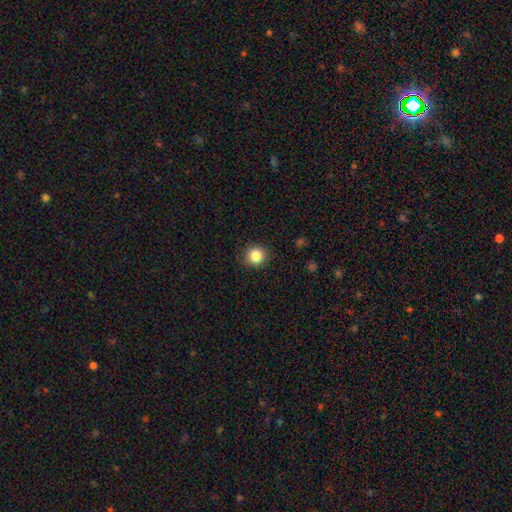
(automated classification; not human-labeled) A smooth galaxy with no disk features (85%) that is round (91%).

Vote fractions:
- Smooth or featured? smooth: 85% / star or artifact: 10% / featured or disk: 5%
- How rounded? round: 91% / in between: 8% / cigar-shaped: 1%
- Merging? none: 89% / minor disturbance: 8% / major disturbance: 2% / merger: 1%